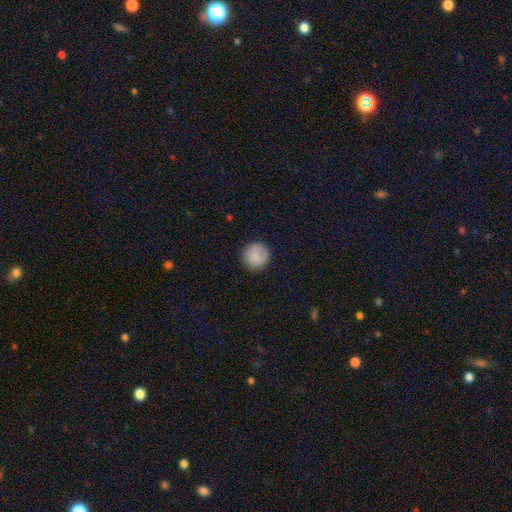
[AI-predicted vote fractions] Smooth or featured? smooth (85%)
How rounded? round (95%)
Merging? none (87%)